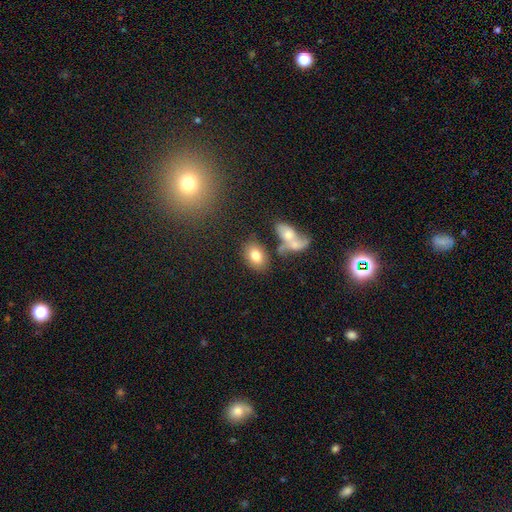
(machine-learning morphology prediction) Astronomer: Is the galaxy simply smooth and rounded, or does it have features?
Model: smooth — 77%.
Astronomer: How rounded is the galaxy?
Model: in between — 79%.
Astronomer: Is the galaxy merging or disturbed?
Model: none — 66%.